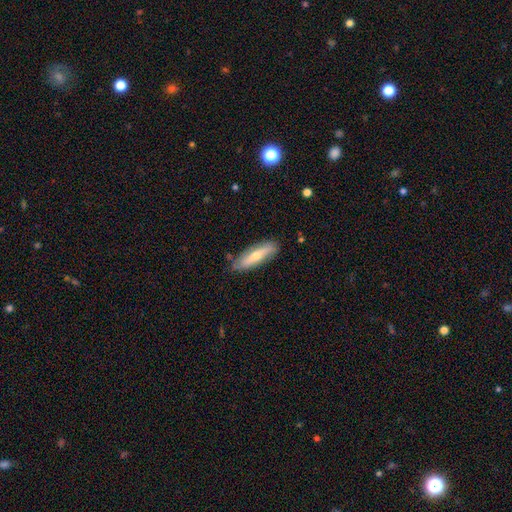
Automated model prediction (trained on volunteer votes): Overall: smooth (48%; featured or disk 46%). Merging: none (81%).